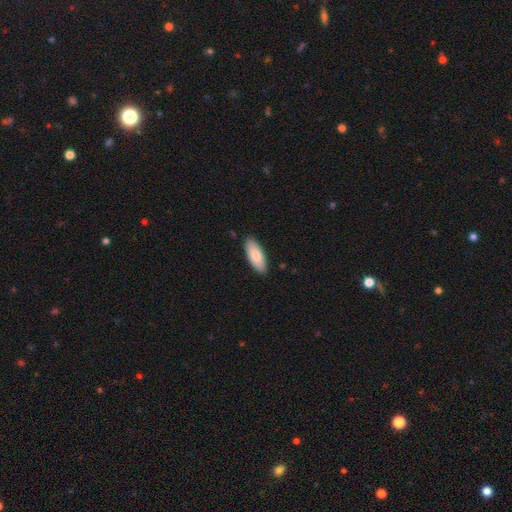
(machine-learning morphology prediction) Smooth or featured?
  - smooth: 81% *
  - featured or disk: 14%
  - star or artifact: 5%
How rounded?
  - in between: 82% *
  - cigar-shaped: 17%
  - round: 2%
Merging?
  - none: 88% *
  - minor disturbance: 9%
  - major disturbance: 2%
  - merger: 1%